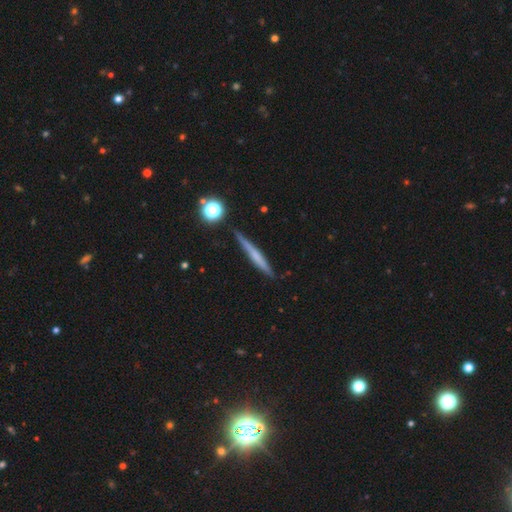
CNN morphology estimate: A featured or disk galaxy (46%, tied with smooth). Merging: none (87%).